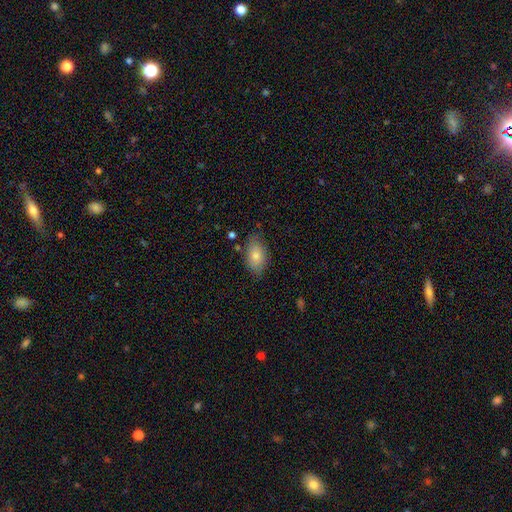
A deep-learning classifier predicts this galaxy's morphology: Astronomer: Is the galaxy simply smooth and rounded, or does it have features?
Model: smooth — 74%.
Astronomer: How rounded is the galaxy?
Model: in between — 91%.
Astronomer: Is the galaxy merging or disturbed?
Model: none — 77%.